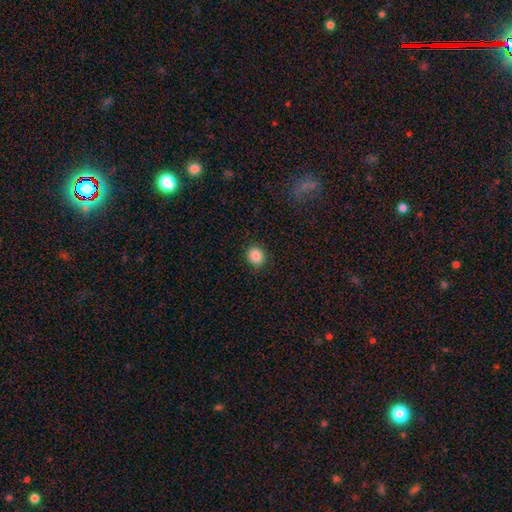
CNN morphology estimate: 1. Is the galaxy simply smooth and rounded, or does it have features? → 87% smooth, 10% star or artifact, 4% featured or disk.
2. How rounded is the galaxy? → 79% round, 20% in between, 1% cigar-shaped.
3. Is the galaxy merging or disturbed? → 90% none, 7% minor disturbance, 2% major disturbance, 1% merger.